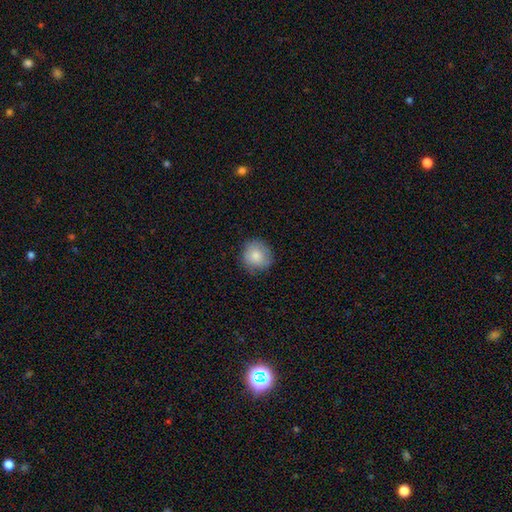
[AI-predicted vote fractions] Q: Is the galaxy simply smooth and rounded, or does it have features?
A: smooth — 82%.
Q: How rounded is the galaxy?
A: round — 89%.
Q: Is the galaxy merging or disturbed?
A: none — 80%.